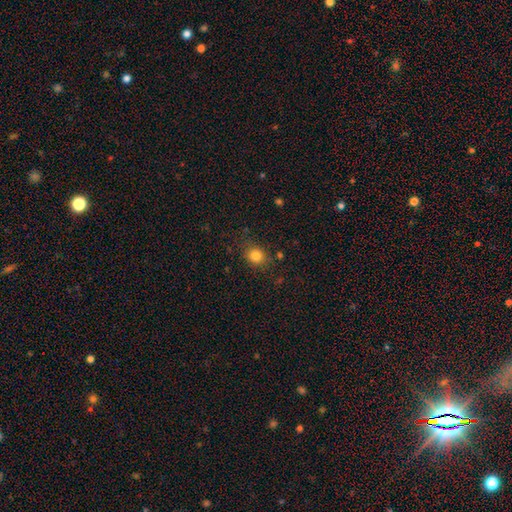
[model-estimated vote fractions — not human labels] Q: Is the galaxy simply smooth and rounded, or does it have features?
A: smooth — 83%.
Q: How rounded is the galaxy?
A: round — 73%.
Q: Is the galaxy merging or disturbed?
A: none — 81%.